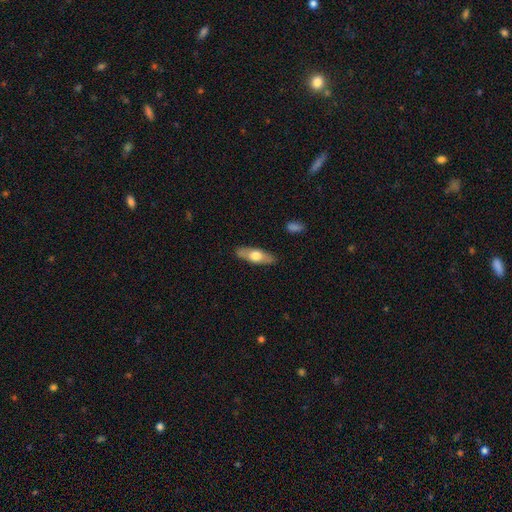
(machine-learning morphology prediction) A smooth galaxy with no disk features (55%) that is in between round and cigar-shaped (58%).

Vote fractions:
- Smooth or featured? smooth: 55% / featured or disk: 40% / star or artifact: 6%
- How rounded? in between: 58% / cigar-shaped: 39% / round: 3%
- Merging? none: 87% / minor disturbance: 10% / major disturbance: 2% / merger: 1%